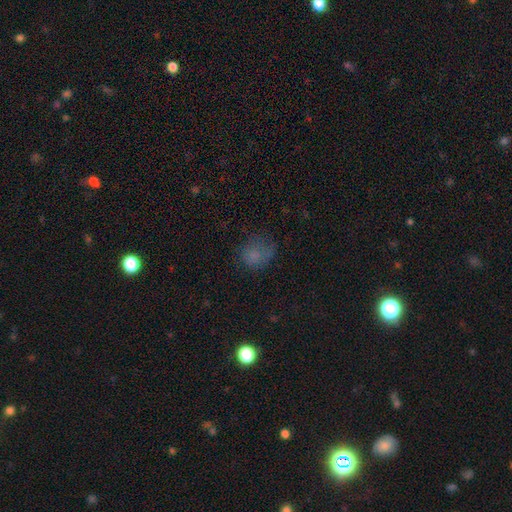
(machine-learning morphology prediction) smooth 69%, star or artifact 20%, featured or disk 11%. Down the decision tree: how rounded — round (71%); merging — none (55%).